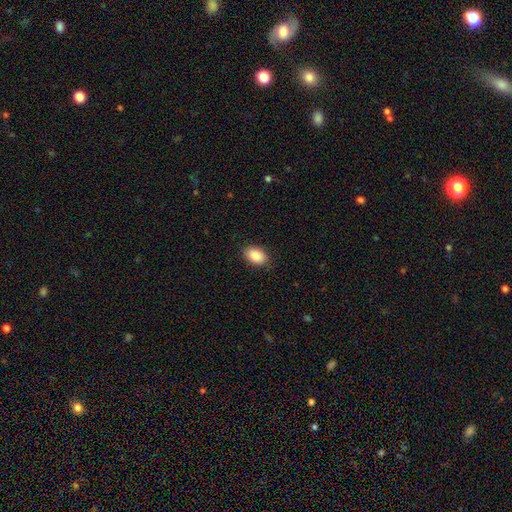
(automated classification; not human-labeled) Smooth or featured?
  - smooth: 89% *
  - star or artifact: 7%
  - featured or disk: 4%
How rounded?
  - in between: 89% *
  - round: 10%
  - cigar-shaped: 1%
Merging?
  - none: 87% *
  - minor disturbance: 10%
  - major disturbance: 2%
  - merger: 1%